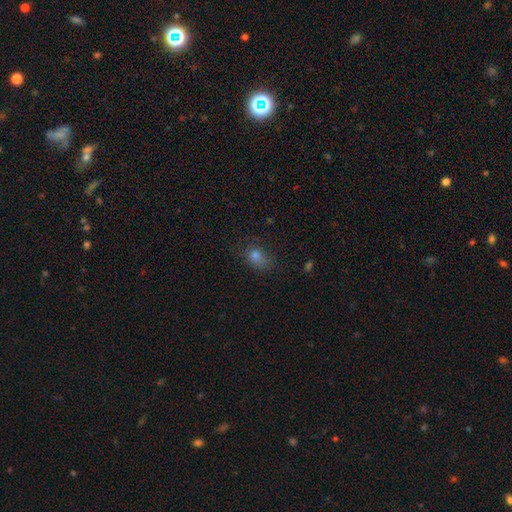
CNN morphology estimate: smooth 75%, star or artifact 16%, featured or disk 9%. Down the decision tree: how rounded — in between (60%); merging — none (63%).